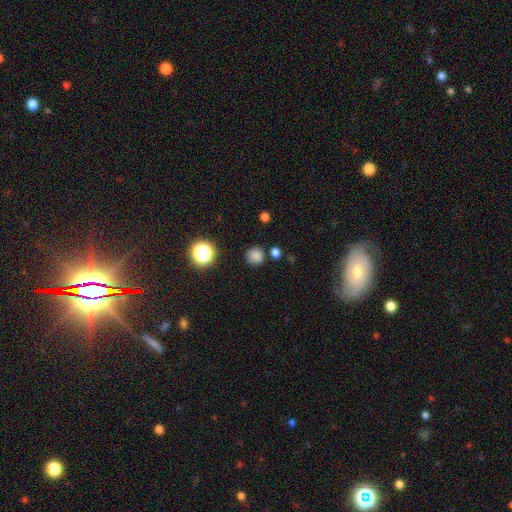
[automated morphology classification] The model was most divided on "smooth or featured": smooth: 80%, star or artifact: 16%, featured or disk: 4%. More confident: how rounded — round (93%); merging — none (84%).